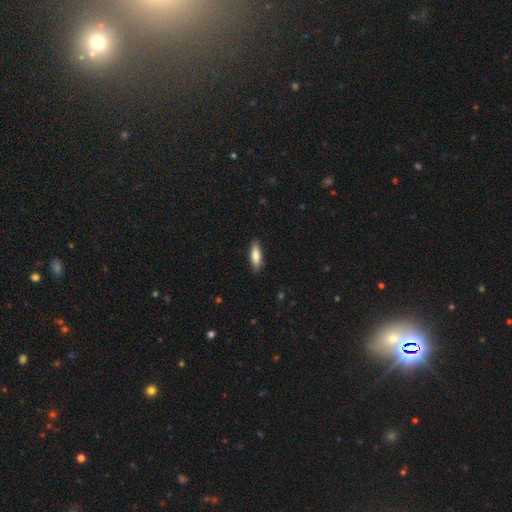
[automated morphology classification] smooth 82%, featured or disk 12%, star or artifact 6%. Down the decision tree: how rounded — in between (53%); merging — none (87%).